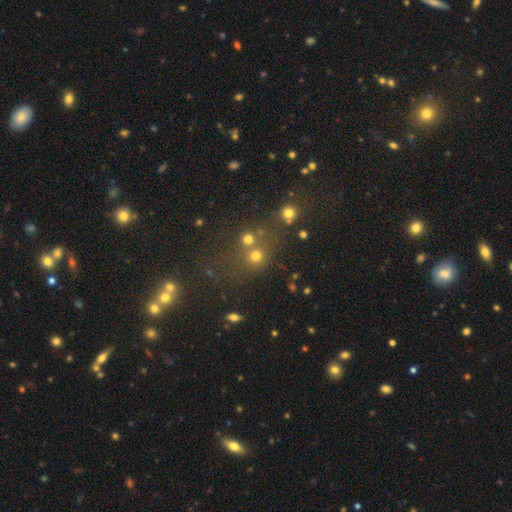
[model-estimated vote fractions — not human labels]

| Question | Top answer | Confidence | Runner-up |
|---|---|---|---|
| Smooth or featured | smooth | 69% | star or artifact (21%) |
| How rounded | round | 86% | in between (12%) |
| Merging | none | 58% | merger (28%) |